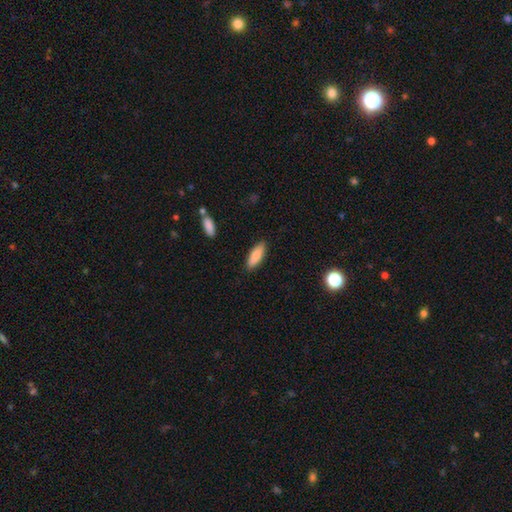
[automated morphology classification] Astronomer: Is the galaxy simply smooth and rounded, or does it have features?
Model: smooth — 84%.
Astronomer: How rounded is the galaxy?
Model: in between — 58% (runner-up: cigar-shaped, 40%).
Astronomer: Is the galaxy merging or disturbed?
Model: none — 87%.